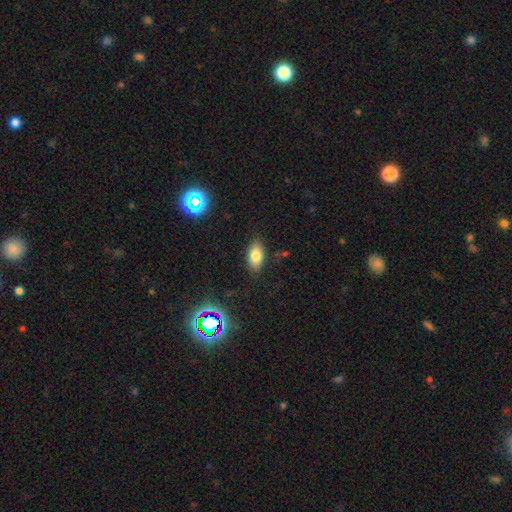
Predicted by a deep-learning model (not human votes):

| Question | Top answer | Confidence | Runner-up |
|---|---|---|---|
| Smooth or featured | smooth | 77% | featured or disk (12%) |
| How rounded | in between | 90% | round (7%) |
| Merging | none | 84% | minor disturbance (12%) |